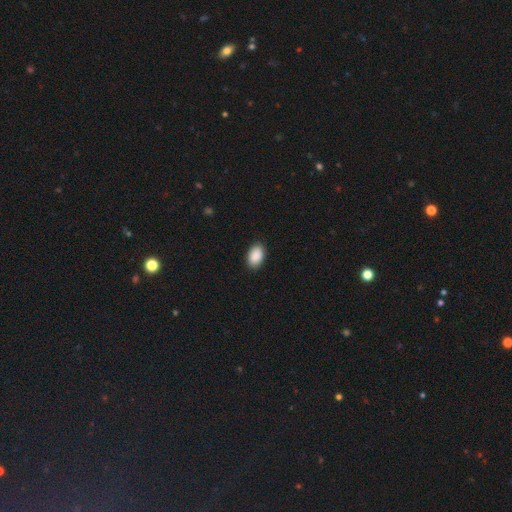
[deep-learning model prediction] This is clearly a smooth galaxy (91%). How rounded: clearly in between (90%). Merging: clearly none (89%).